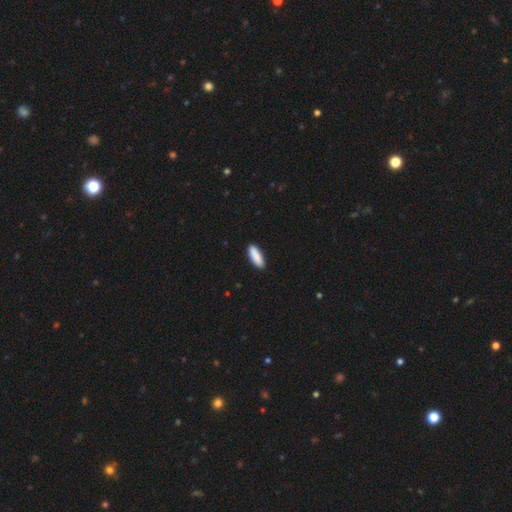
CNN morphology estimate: Smooth or featured?
  - smooth: 90% *
  - star or artifact: 5%
  - featured or disk: 4%
How rounded?
  - in between: 60% *
  - cigar-shaped: 39%
  - round: 2%
Merging?
  - none: 89% *
  - minor disturbance: 8%
  - major disturbance: 1%
  - merger: 1%